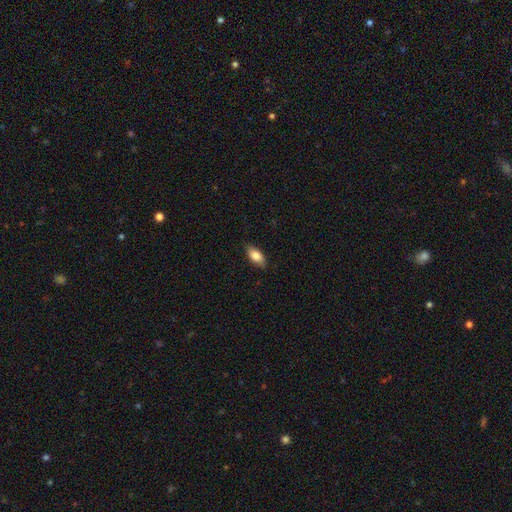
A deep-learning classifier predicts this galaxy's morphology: Q: Smooth or featured?
A: smooth (82%); runner-up: featured or disk (12%)
Q: How rounded?
A: in between (89%); runner-up: cigar-shaped (8%)
Q: Merging?
A: none (86%); runner-up: minor disturbance (11%)